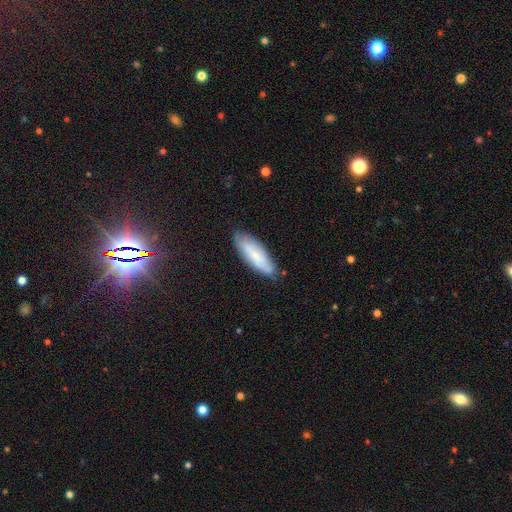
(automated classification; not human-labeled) A smooth galaxy with no disk features (65%) that is in between round and cigar-shaped (53%). Merging: none (76%).